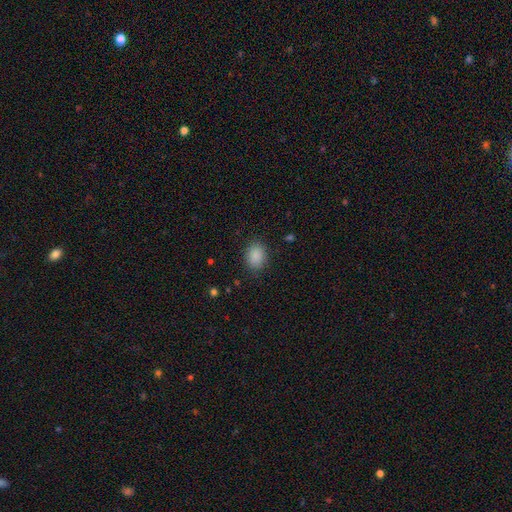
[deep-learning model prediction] Q: Smooth or featured?
A: smooth (88%); runner-up: star or artifact (9%)
Q: How rounded?
A: in between (66%); runner-up: round (33%)
Q: Merging?
A: none (85%); runner-up: minor disturbance (11%)